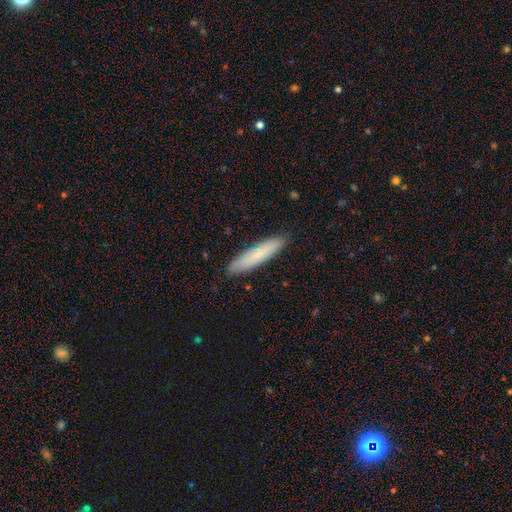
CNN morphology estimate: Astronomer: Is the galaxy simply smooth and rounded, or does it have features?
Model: smooth — 78%.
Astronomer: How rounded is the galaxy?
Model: cigar-shaped — 87%.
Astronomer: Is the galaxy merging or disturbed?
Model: none — 90%.